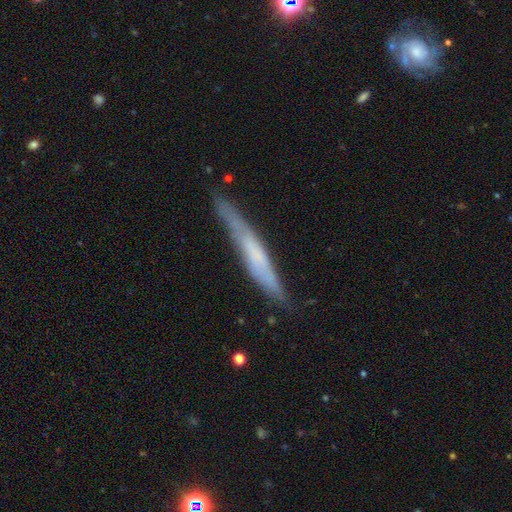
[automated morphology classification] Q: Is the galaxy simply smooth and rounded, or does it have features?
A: featured or disk — 50%.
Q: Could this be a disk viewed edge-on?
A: yes — 89%.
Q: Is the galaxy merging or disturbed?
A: none — 72%.